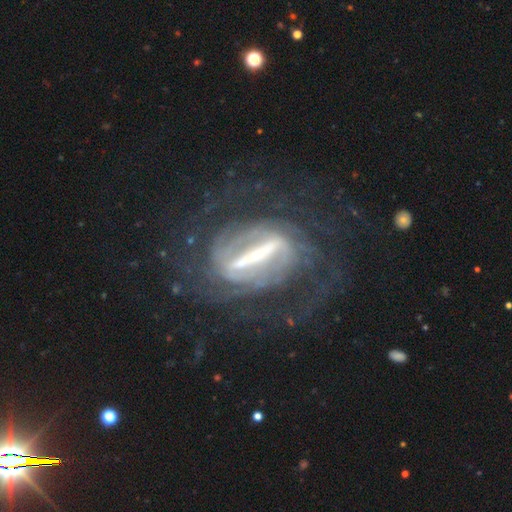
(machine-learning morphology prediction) Smooth or featured?
  - featured or disk: 88% *
  - star or artifact: 7%
  - smooth: 5%
Edge-on disk?
  - no: 85% *
  - yes: 15%
Bar?
  - strong: 87% *
  - weak: 10%
  - no: 3%
Spiral arms?
  - yes: 92% *
  - no: 8%
Spiral winding?
  - tight: 53% *
  - medium: 34%
  - loose: 13%
Spiral arm count?
  - 2: 46% *
  - can't tell: 26%
  - 3: 9%
  - 4: 7%
  - more than 4: 7%
  - 1: 6%
Bulge size?
  - small: 46% *
  - moderate: 23%
  - large: 14%
  - none: 13%
  - dominant: 4%
Merging?
  - none: 67% *
  - major disturbance: 17%
  - minor disturbance: 14%
  - merger: 2%